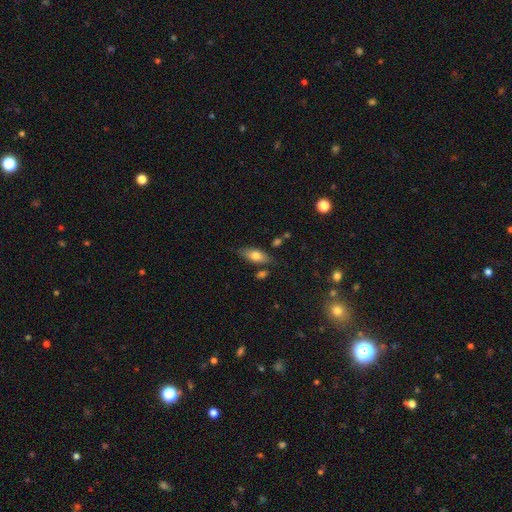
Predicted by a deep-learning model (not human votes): Smooth or featured? Predicted: smooth (p=0.71). How rounded? Predicted: in between (p=0.80). Merging? Predicted: none (p=0.76).